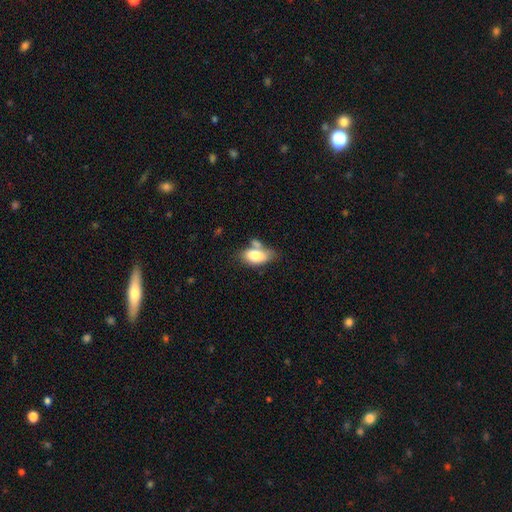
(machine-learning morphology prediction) Smooth or featured?
  - smooth: 77% *
  - featured or disk: 16%
  - star or artifact: 7%
How rounded?
  - in between: 91% *
  - round: 5%
  - cigar-shaped: 5%
Merging?
  - none: 42% *
  - merger: 29%
  - minor disturbance: 20%
  - major disturbance: 9%